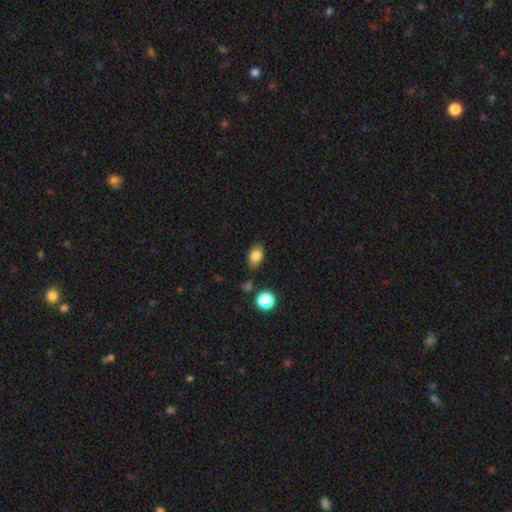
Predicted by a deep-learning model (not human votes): Smooth or featured? Predicted: smooth (p=0.82). How rounded? Predicted: in between (p=0.81). Merging? Predicted: none (p=0.75).